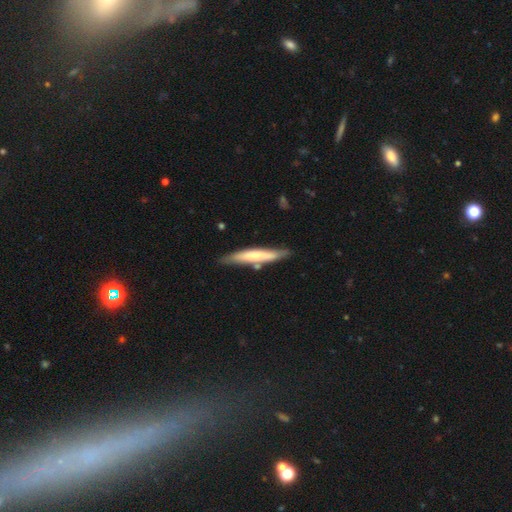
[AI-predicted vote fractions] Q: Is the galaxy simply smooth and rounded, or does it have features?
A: smooth — 55%.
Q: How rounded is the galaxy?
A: cigar-shaped — 92%.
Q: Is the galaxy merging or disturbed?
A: none — 76%.